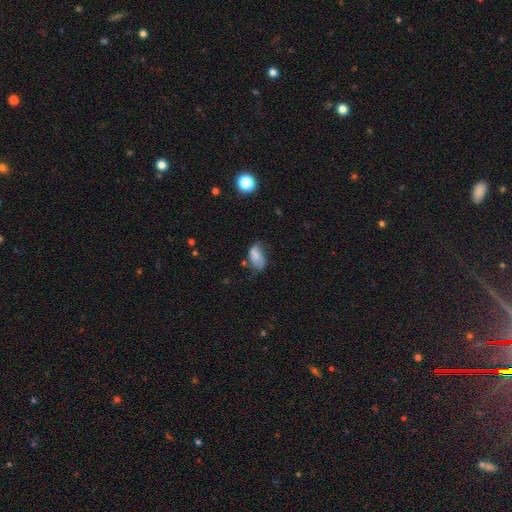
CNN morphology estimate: smooth 66%, featured or disk 24%, star or artifact 10%. Down the decision tree: how rounded — in between (90%); merging — minor disturbance (38%).